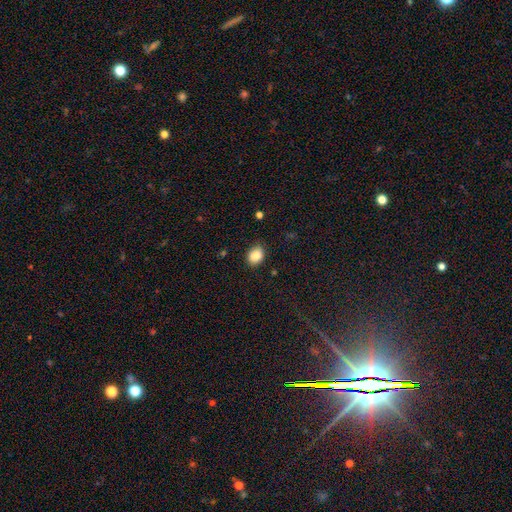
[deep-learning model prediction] Morphology: type=smooth (88%); roundness=in between (64%); merging=none (82%).